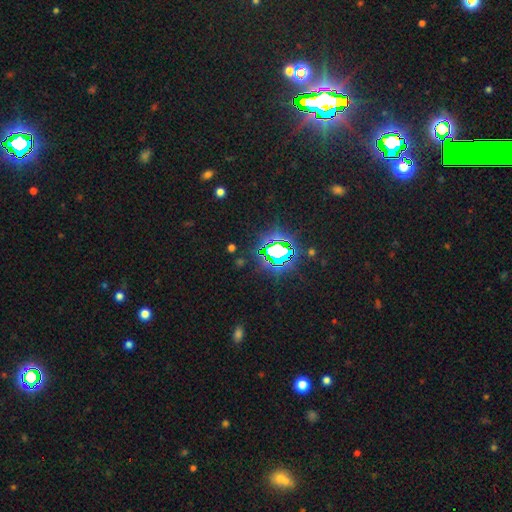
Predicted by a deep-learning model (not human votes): Smooth or featured? Predicted: star or artifact (p=0.83).